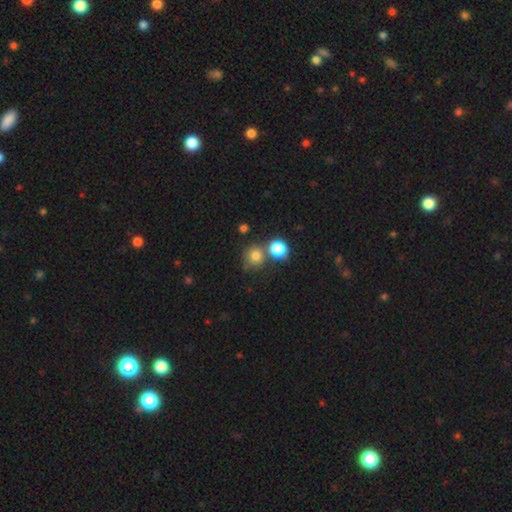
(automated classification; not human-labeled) Smooth or featured? smooth (78%)
How rounded? round (86%)
Merging? none (57%)